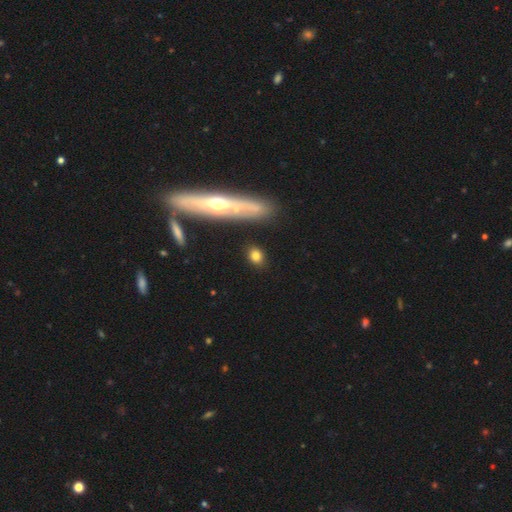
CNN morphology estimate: smooth-or-featured: smooth: 77% | featured or disk: 12% | star or artifact: 11%
  how-rounded: in between: 56% | round: 37% | cigar-shaped: 7%
  merging: none: 83% | minor disturbance: 10% | major disturbance: 3% | merger: 3%